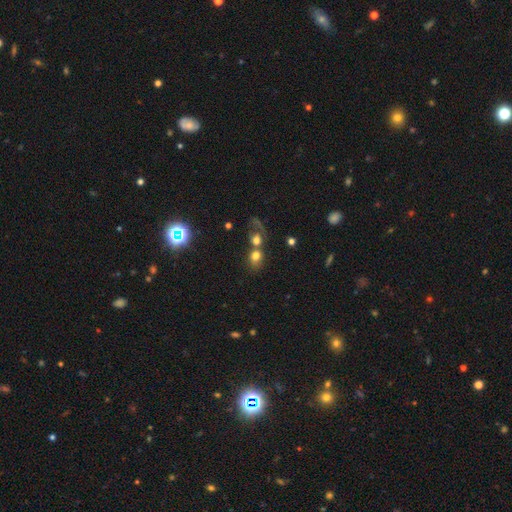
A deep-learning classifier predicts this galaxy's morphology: This appears to be a smooth galaxy with no disk features (70%) that is round (58%). Merging: merger (51%).